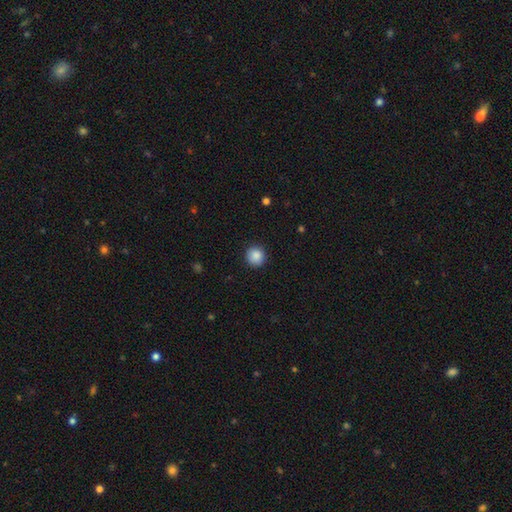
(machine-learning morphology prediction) smooth 88%, star or artifact 9%, featured or disk 3%. Down the decision tree: how rounded — round (93%); merging — none (90%).